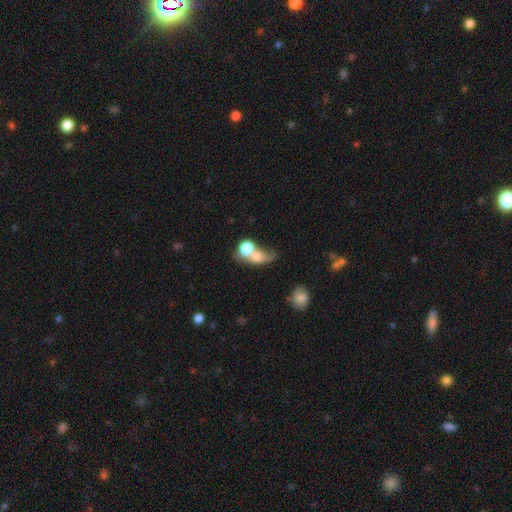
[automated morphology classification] This is likely a smooth galaxy (68%). How rounded: possibly in between (50%). Merging: likely merger (67%).